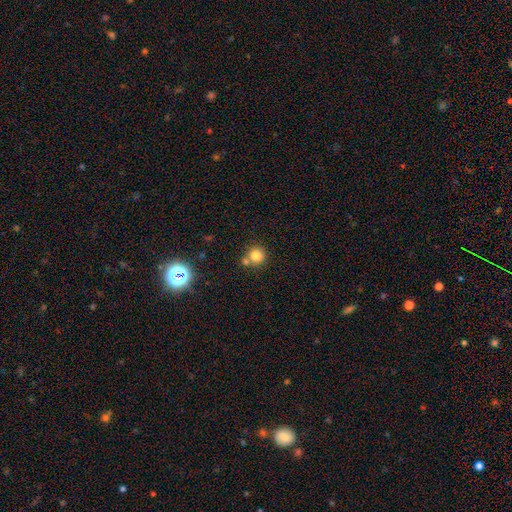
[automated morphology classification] Smooth or featured?
  - smooth: 80% *
  - star or artifact: 13%
  - featured or disk: 7%
How rounded?
  - round: 92% *
  - in between: 7%
  - cigar-shaped: 1%
Merging?
  - none: 63% *
  - merger: 25%
  - minor disturbance: 9%
  - major disturbance: 3%